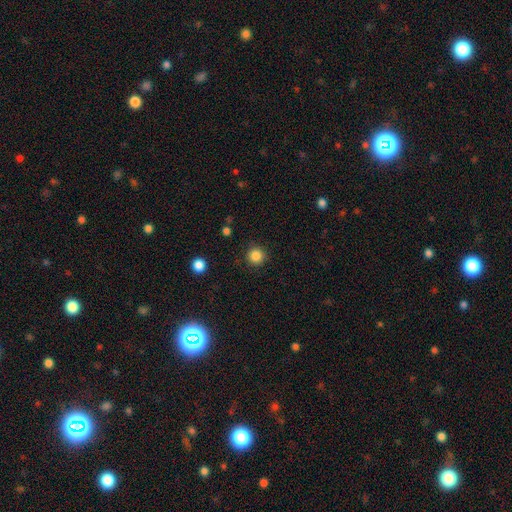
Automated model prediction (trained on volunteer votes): This is clearly a smooth galaxy (85%). How rounded: clearly round (95%). Merging: clearly none (90%).